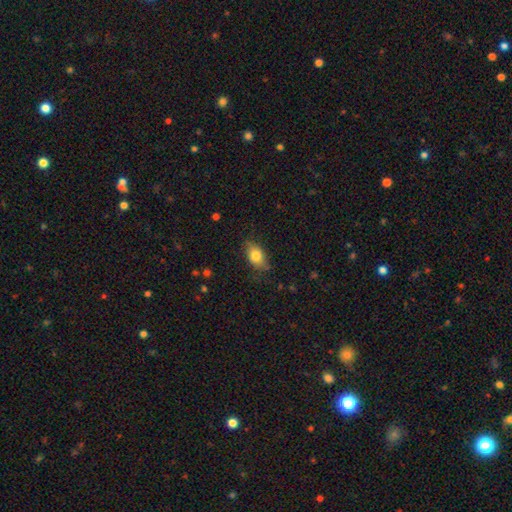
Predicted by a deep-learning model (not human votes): Overall: smooth (77%). How rounded: in between (85%). Merging: none (74%).